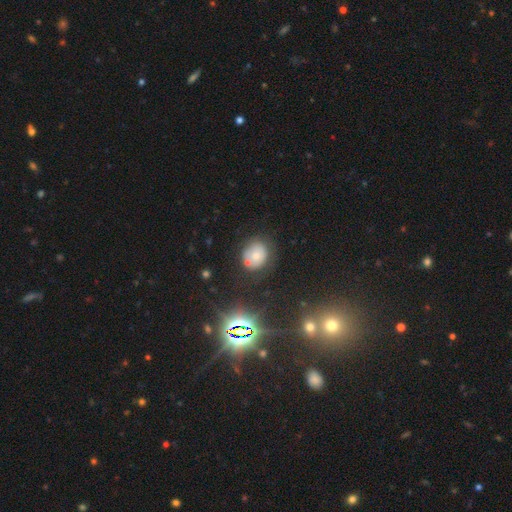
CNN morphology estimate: Q: Smooth or featured?
A: smooth (64%); runner-up: featured or disk (19%)
Q: How rounded?
A: round (63%); runner-up: in between (36%)
Q: Merging?
A: none (65%); runner-up: minor disturbance (20%)